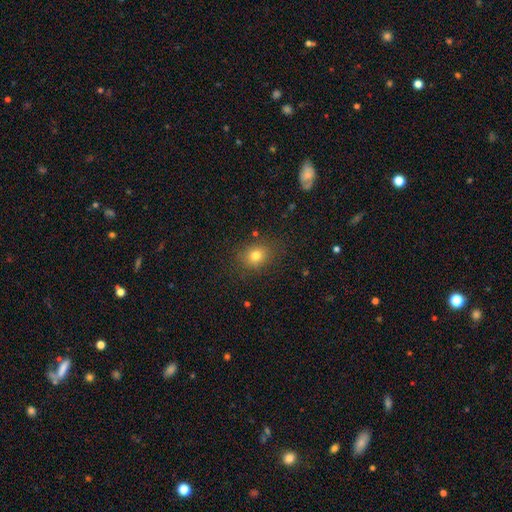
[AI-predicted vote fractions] Smooth or featured: smooth — 77% (star or artifact — 14%)
How rounded: round — 56% (in between — 43%)
Merging: none — 83% (minor disturbance — 11%)